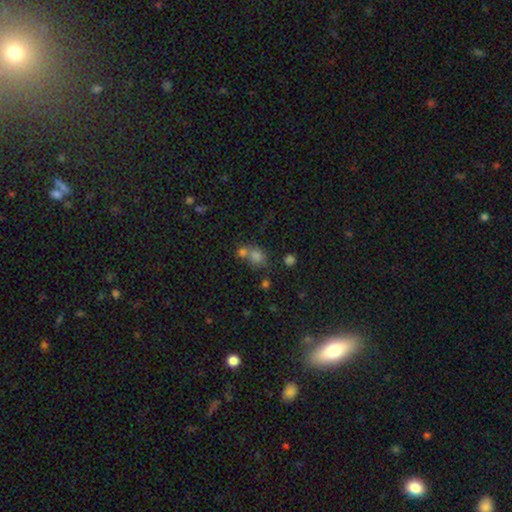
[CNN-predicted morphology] smooth 66%, star or artifact 24%, featured or disk 10%. Down the decision tree: how rounded — round (64%); merging — none (48%).